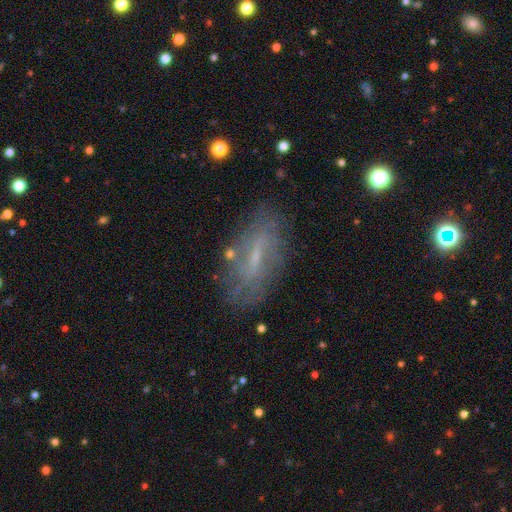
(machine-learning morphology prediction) smooth_or_featured: featured or disk (p=0.56) [alt: smooth p=0.34]
disk_edge_on: no (p=0.78) [alt: yes p=0.22]
merging: none (p=0.73) [alt: minor disturbance p=0.18]